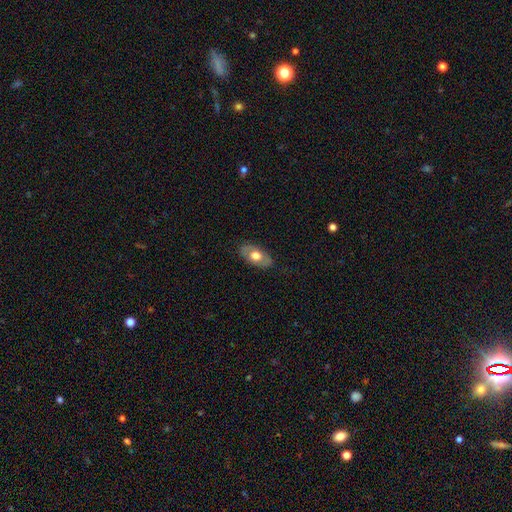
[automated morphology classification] Overall: smooth (57%; featured or disk 37%). How rounded: in between (91%). Merging: none (82%).